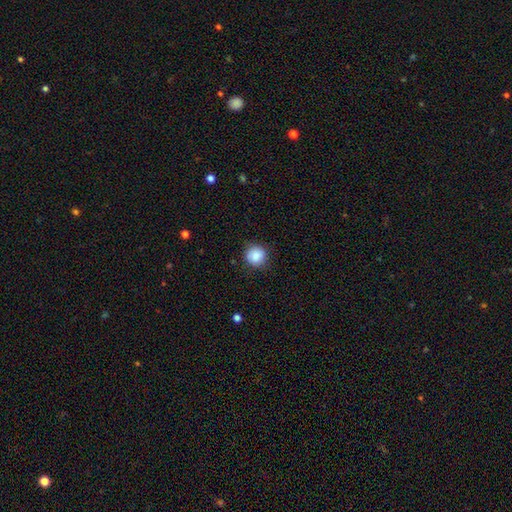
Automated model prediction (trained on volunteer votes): A smooth galaxy with no disk features (87%) that is round (91%). Merging: none (83%).